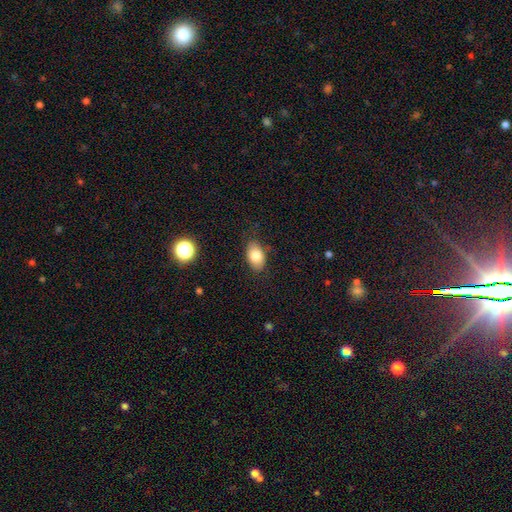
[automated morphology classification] Overall: smooth (81%). How rounded: in between (88%). Merging: none (81%).